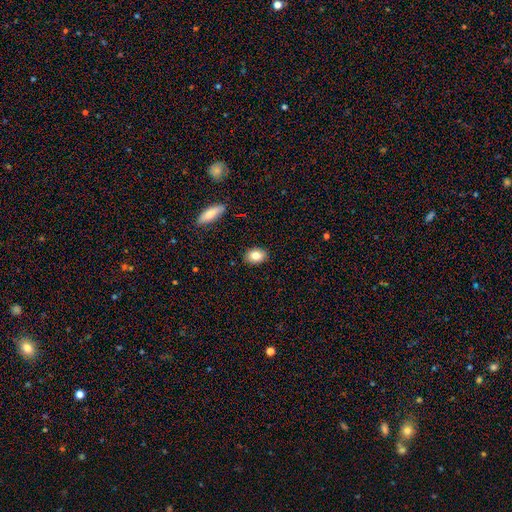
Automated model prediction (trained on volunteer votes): A smooth galaxy with no disk features (82%) that is in between round and cigar-shaped (78%).

Vote fractions:
- Smooth or featured? smooth: 82% / featured or disk: 10% / star or artifact: 8%
- How rounded? in between: 78% / round: 20% / cigar-shaped: 2%
- Merging? none: 88% / minor disturbance: 8% / major disturbance: 2% / merger: 1%